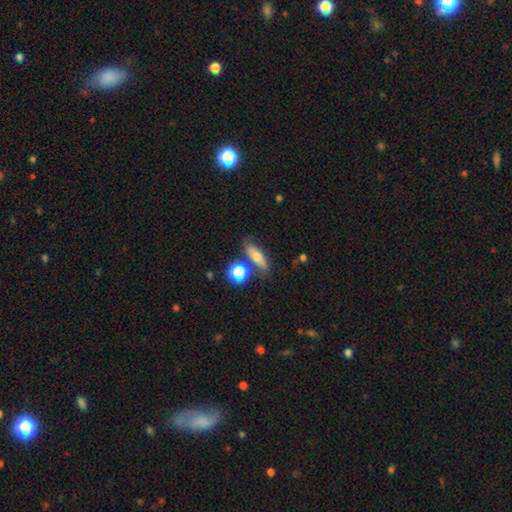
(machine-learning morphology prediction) smooth_or_featured: smooth (p=0.65) [alt: featured or disk p=0.25]
how_rounded: in between (p=0.55) [alt: cigar-shaped p=0.34]
merging: none (p=0.67) [alt: minor disturbance p=0.16]